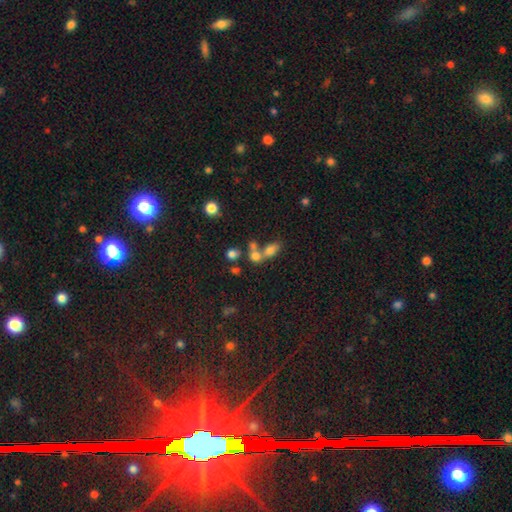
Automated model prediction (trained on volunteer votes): Smooth or featured? smooth (68%)
How rounded? in between (53%)
Merging? merger (52%)